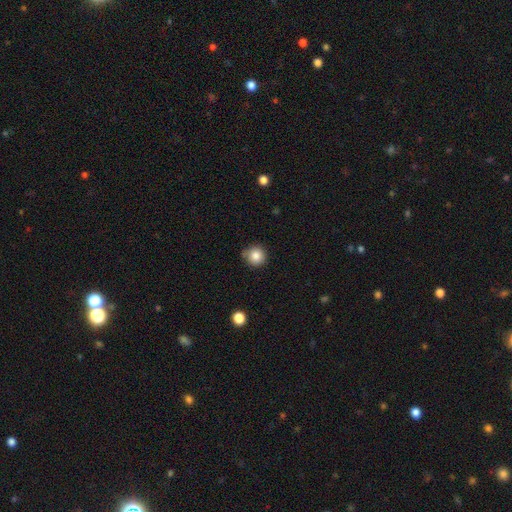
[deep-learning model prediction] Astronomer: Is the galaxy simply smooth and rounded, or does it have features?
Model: smooth — 85%.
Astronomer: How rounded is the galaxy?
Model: round — 94%.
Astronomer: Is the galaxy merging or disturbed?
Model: none — 79%.